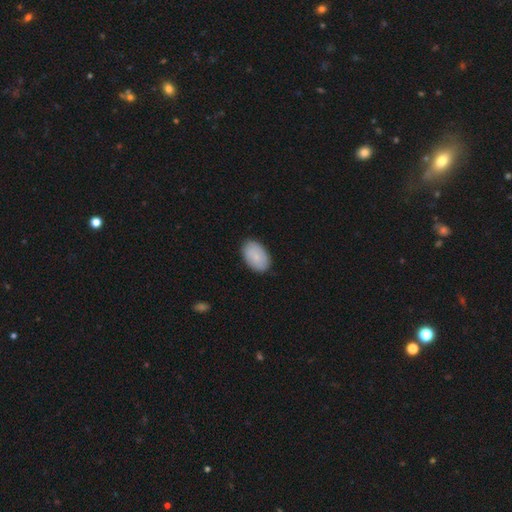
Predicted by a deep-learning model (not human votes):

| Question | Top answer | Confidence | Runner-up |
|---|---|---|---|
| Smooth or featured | smooth | 79% | featured or disk (15%) |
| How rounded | in between | 92% | round (7%) |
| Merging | none | 87% | minor disturbance (10%) |